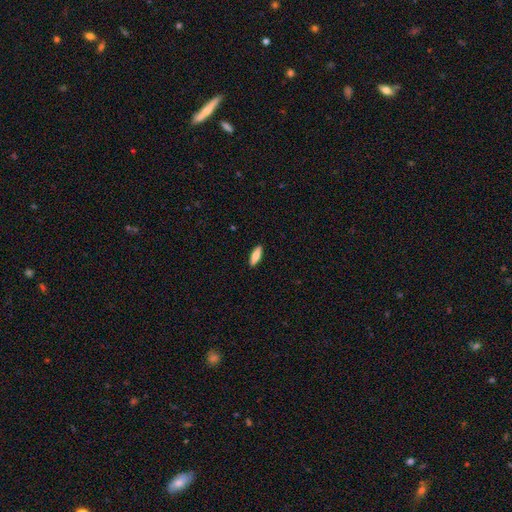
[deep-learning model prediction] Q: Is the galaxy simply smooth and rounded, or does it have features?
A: smooth — 81%.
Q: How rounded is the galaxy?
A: in between — 49%, tied with cigar-shaped.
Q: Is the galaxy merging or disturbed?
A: none — 90%.